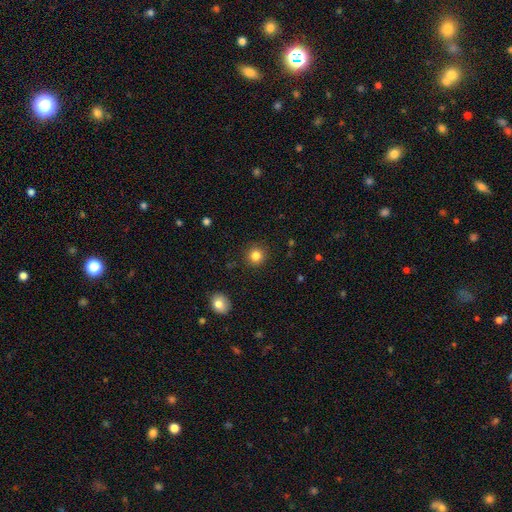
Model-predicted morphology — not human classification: Smooth or featured? smooth (83%)
How rounded? round (93%)
Merging? none (91%)